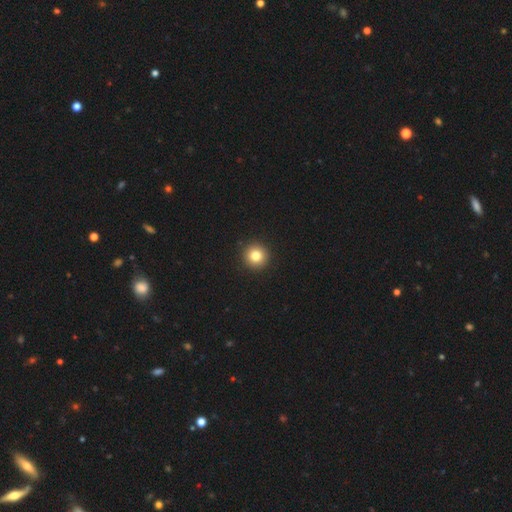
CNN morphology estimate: Smooth or featured? Predicted: smooth (p=0.81). How rounded? Predicted: round (p=0.95). Merging? Predicted: none (p=0.94).